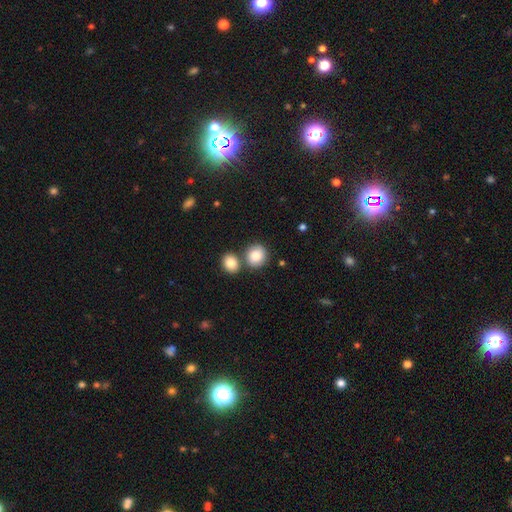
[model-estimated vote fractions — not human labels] This appears to be a smooth galaxy with no disk features (86%) that is round (77%). Merging: none (63%).